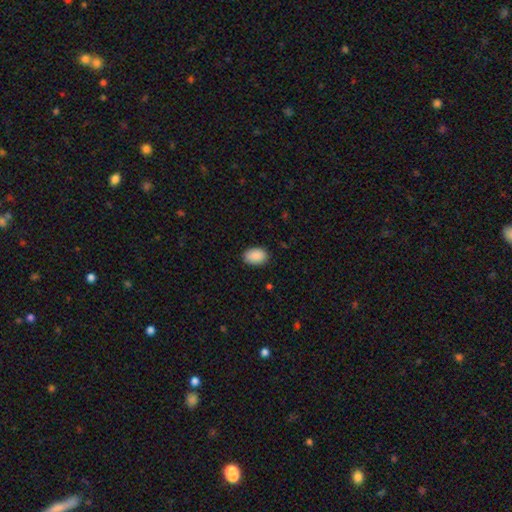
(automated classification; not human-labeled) Overall: smooth (91%). How rounded: in between (87%). Merging: none (86%).